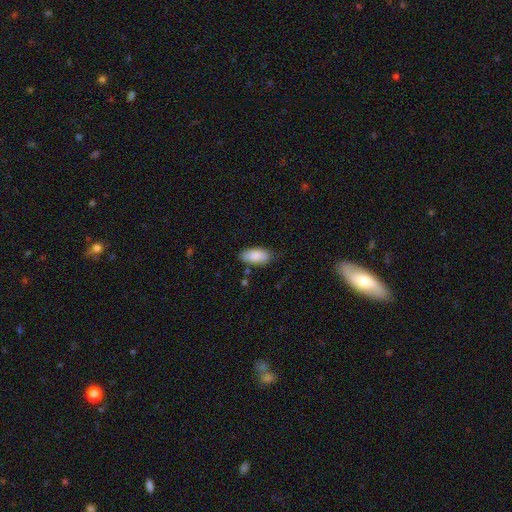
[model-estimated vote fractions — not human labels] Q: Smooth or featured?
A: smooth (87%); runner-up: featured or disk (7%)
Q: How rounded?
A: in between (91%); runner-up: cigar-shaped (7%)
Q: Merging?
A: none (75%); runner-up: minor disturbance (18%)